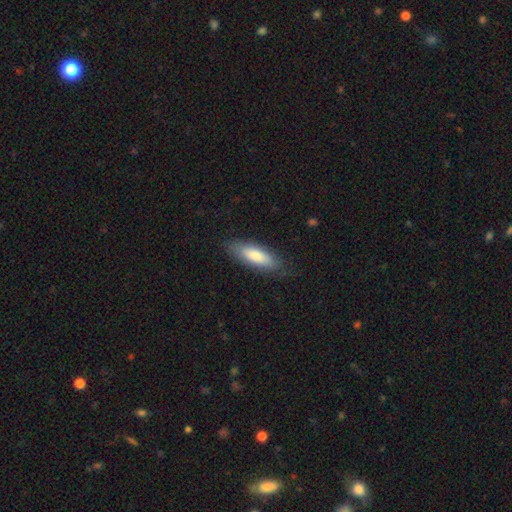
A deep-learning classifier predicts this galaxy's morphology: Smooth or featured: smooth — 80% (featured or disk — 15%)
How rounded: in between — 60% (cigar-shaped — 38%)
Merging: none — 80% (minor disturbance — 15%)